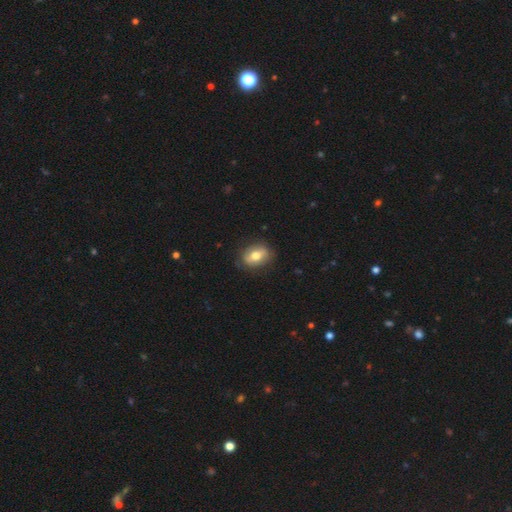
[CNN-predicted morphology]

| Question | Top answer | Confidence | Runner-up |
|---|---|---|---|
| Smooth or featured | smooth | 64% | featured or disk (28%) |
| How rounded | in between | 68% | round (31%) |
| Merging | none | 79% | minor disturbance (15%) |